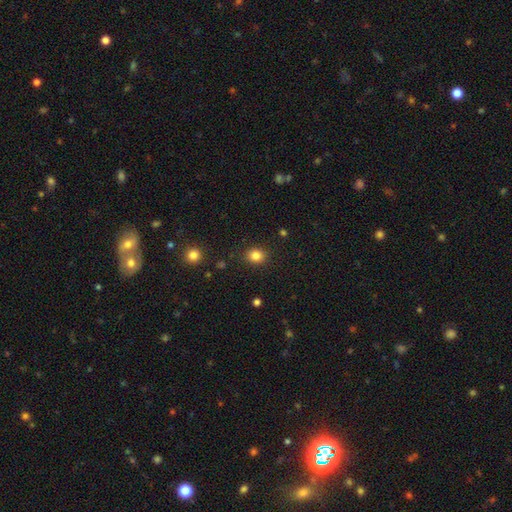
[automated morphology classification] A smooth galaxy with no disk features (84%) that is round (68%). Merging: none (88%).